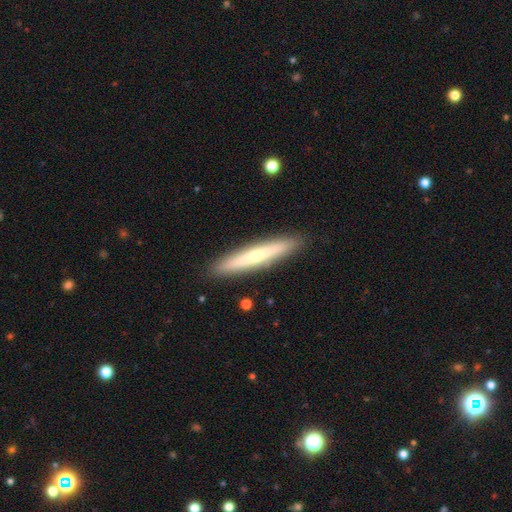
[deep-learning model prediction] A featured or disk galaxy (48%).

Vote fractions:
- Smooth or featured? featured or disk: 48% / smooth: 45% / star or artifact: 7%
- Merging? none: 90% / minor disturbance: 7% / major disturbance: 1% / merger: 1%